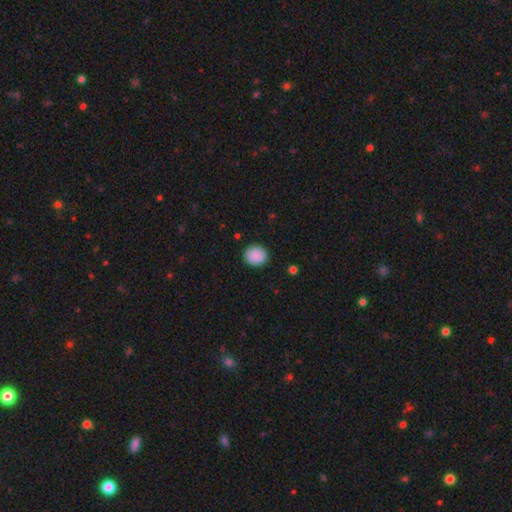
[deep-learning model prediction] Q: Smooth or featured?
A: smooth (90%); runner-up: star or artifact (8%)
Q: How rounded?
A: round (82%); runner-up: in between (17%)
Q: Merging?
A: none (90%); runner-up: minor disturbance (7%)